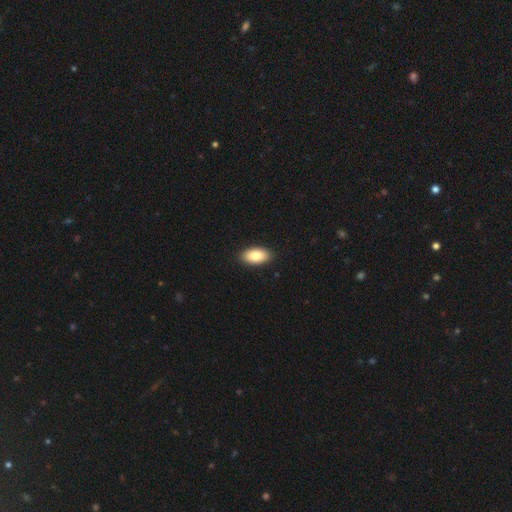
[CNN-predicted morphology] A smooth galaxy with no disk features (86%) that is in between round and cigar-shaped (94%). Merging: none (90%).